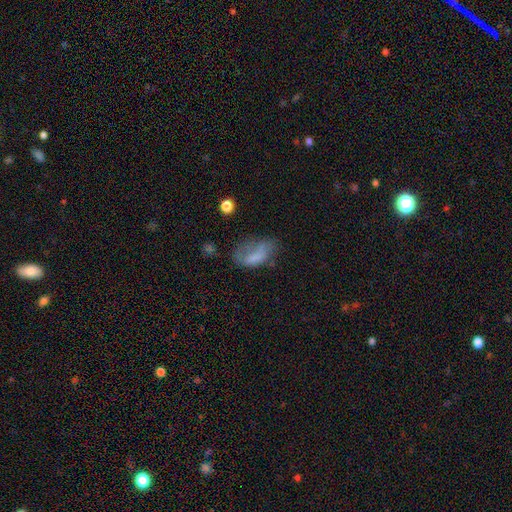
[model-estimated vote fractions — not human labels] smooth-or-featured: smooth: 63% | featured or disk: 25% | star or artifact: 12%
  how-rounded: in between: 89% | round: 6% | cigar-shaped: 5%
  merging: major disturbance: 34% | none: 32% | minor disturbance: 29% | merger: 5%